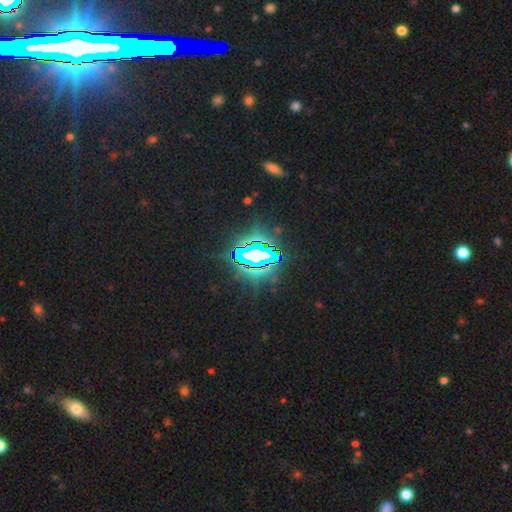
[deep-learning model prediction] This appears to be a star or artifact, not a galaxy (78%).